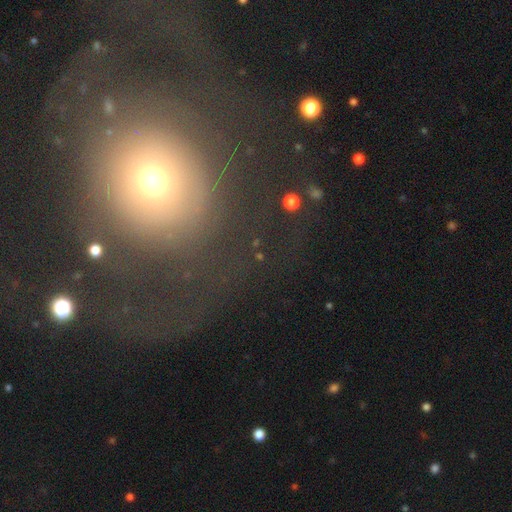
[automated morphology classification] The model was most divided on "merging": none: 49%, major disturbance: 35%, minor disturbance: 12%, merger: 4%. Remaining: smooth or featured — smooth (47%).